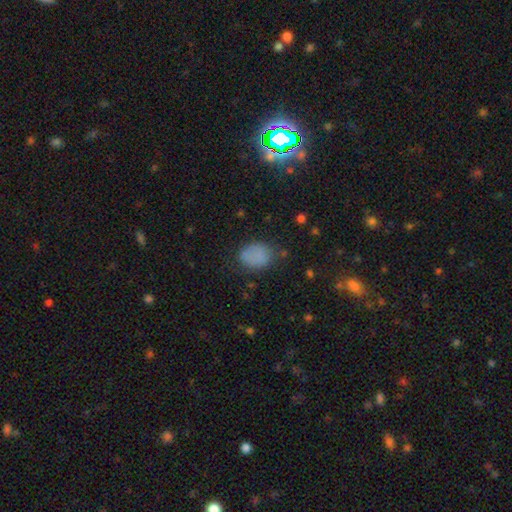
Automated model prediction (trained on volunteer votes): Smooth or featured? smooth (80%)
How rounded? in between (66%)
Merging? none (71%)